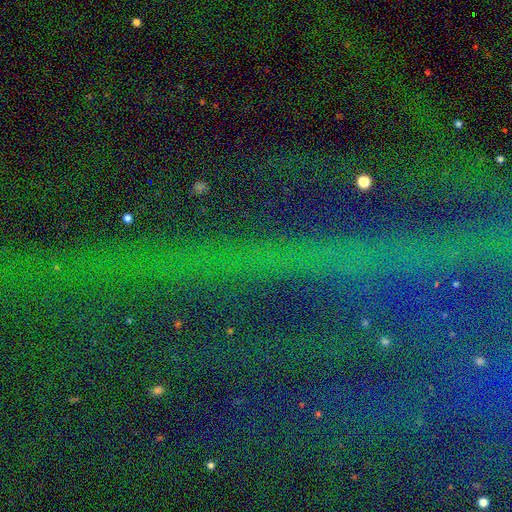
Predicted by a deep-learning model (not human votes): Smooth or featured: star or artifact — 85% (featured or disk — 8%)